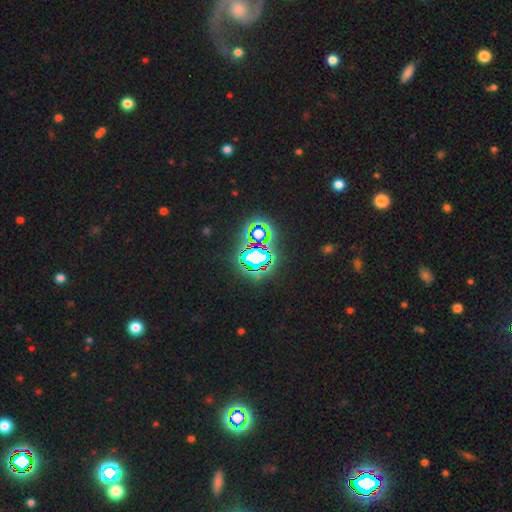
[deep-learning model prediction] Morphology: type=star or artifact (75%).